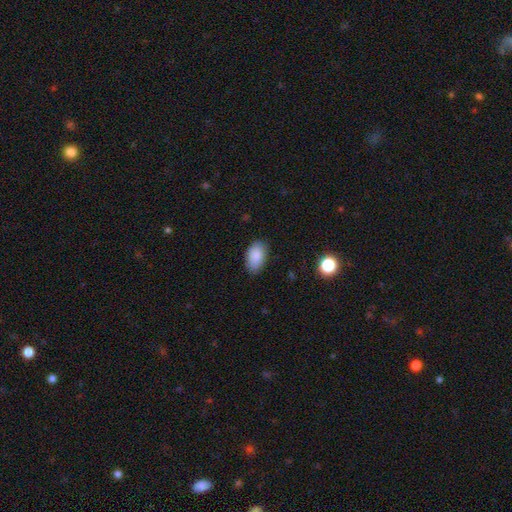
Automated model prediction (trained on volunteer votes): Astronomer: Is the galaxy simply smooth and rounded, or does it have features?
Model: smooth — 88%.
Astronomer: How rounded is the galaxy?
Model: in between — 93%.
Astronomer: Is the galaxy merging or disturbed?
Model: none — 82%.